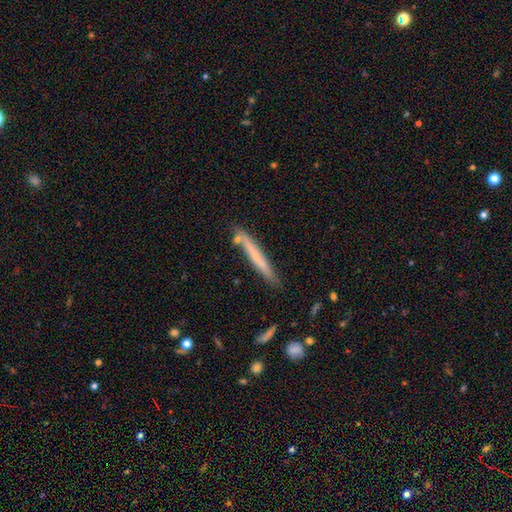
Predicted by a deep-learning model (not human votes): Smooth or featured?
  - smooth: 58% *
  - featured or disk: 35%
  - star or artifact: 6%
How rounded?
  - cigar-shaped: 96% *
  - in between: 2%
  - round: 1%
Merging?
  - none: 80% *
  - minor disturbance: 13%
  - merger: 5%
  - major disturbance: 2%